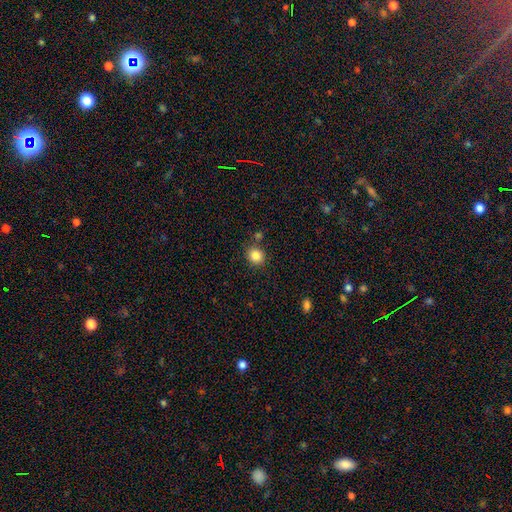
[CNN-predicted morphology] Smooth or featured? smooth (85%)
How rounded? round (77%)
Merging? none (82%)